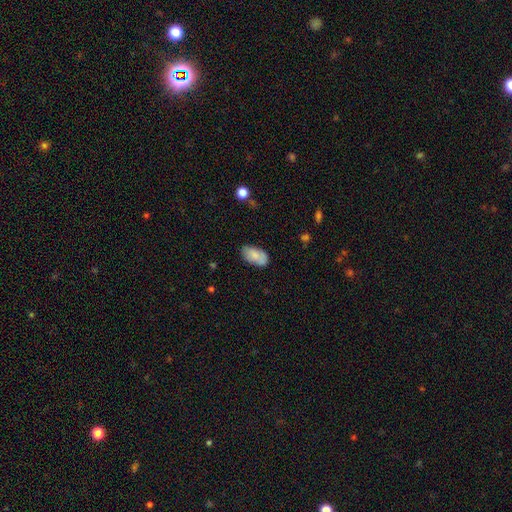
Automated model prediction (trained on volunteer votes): A smooth galaxy with no disk features (78%) that is in between round and cigar-shaped (94%). Merging: none (72%).